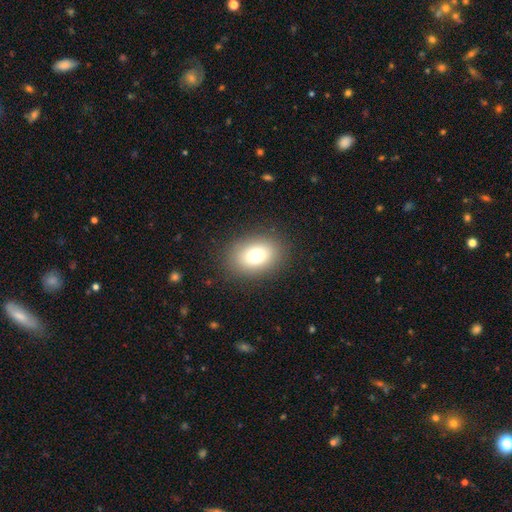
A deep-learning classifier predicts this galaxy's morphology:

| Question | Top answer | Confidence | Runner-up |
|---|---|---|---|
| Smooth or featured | smooth | 77% | star or artifact (12%) |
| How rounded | in between | 69% | round (30%) |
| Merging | none | 86% | minor disturbance (9%) |